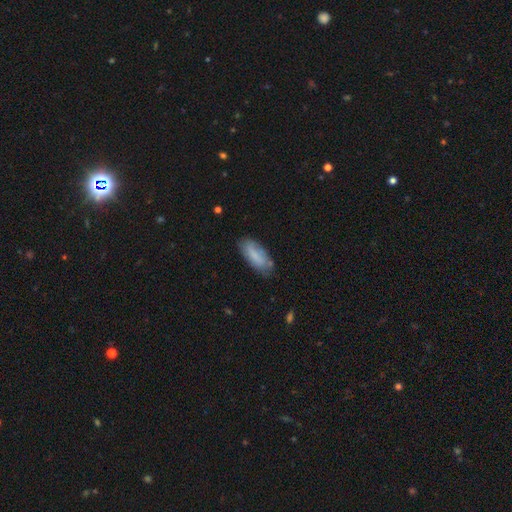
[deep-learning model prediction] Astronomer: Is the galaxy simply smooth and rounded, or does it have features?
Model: smooth — 78%.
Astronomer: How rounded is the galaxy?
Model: in between — 78%.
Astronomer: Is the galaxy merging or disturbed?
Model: none — 70%.